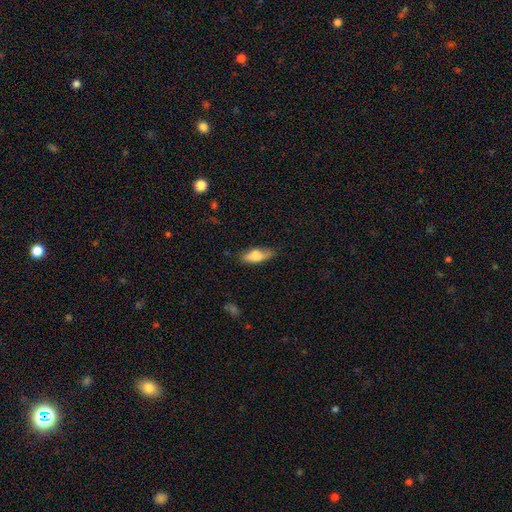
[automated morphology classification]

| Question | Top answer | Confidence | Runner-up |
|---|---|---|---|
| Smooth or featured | smooth | 69% | featured or disk (23%) |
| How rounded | in between | 63% | cigar-shaped (34%) |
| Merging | none | 70% | minor disturbance (23%) |